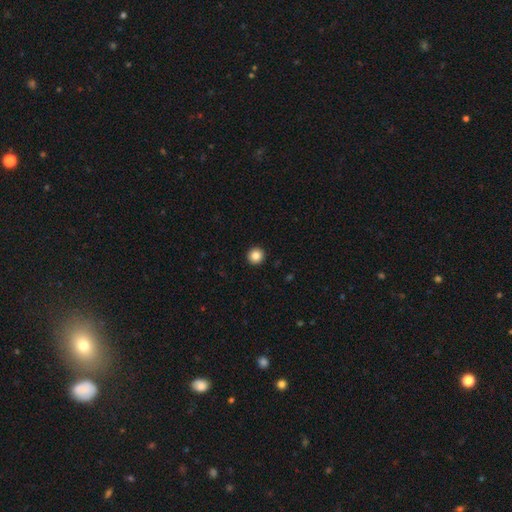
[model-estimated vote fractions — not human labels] The model was most divided on "smooth or featured": smooth: 86%, star or artifact: 10%, featured or disk: 5%. More confident: how rounded — round (96%); merging — none (94%).